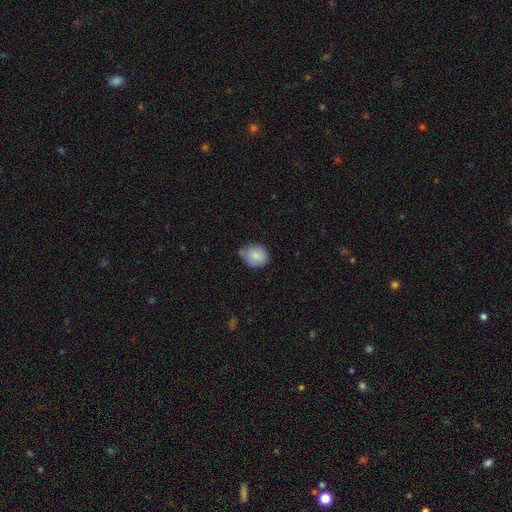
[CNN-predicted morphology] A smooth galaxy with no disk features (86%) that is round (53%). Merging: none (60%).